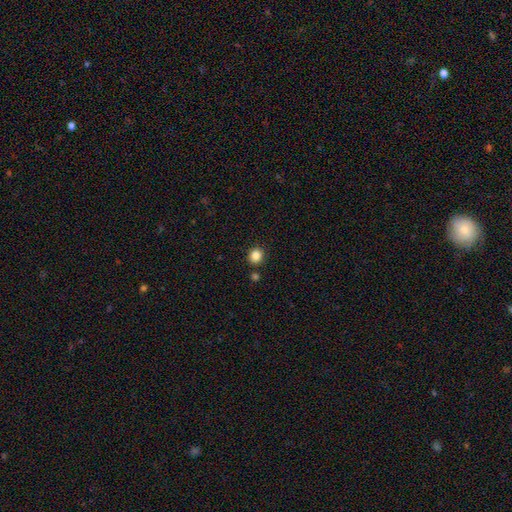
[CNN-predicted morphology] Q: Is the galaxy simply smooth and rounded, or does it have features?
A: smooth — 85%.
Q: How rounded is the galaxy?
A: round — 86%.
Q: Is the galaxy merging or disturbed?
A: none — 87%.